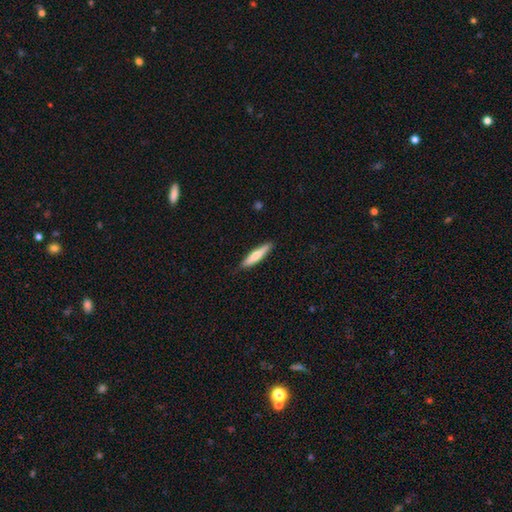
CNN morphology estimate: This appears to be a smooth galaxy with no disk features (64%) that is cigar-shaped (85%). Merging: none (87%).